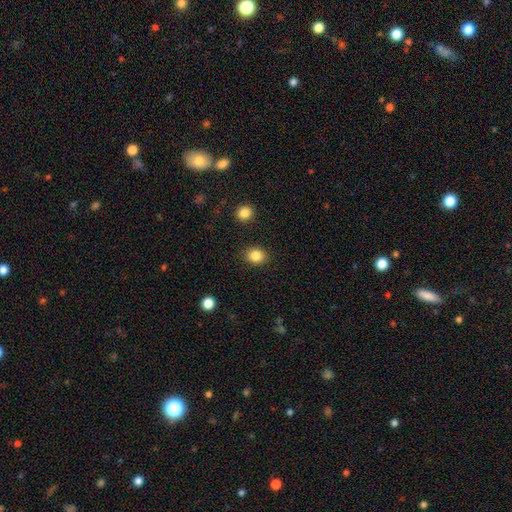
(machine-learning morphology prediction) A smooth galaxy with no disk features (85%) that is round (62%).

Vote fractions:
- Smooth or featured? smooth: 85% / star or artifact: 10% / featured or disk: 5%
- How rounded? round: 62% / in between: 37% / cigar-shaped: 1%
- Merging? none: 89% / minor disturbance: 7% / major disturbance: 2% / merger: 2%